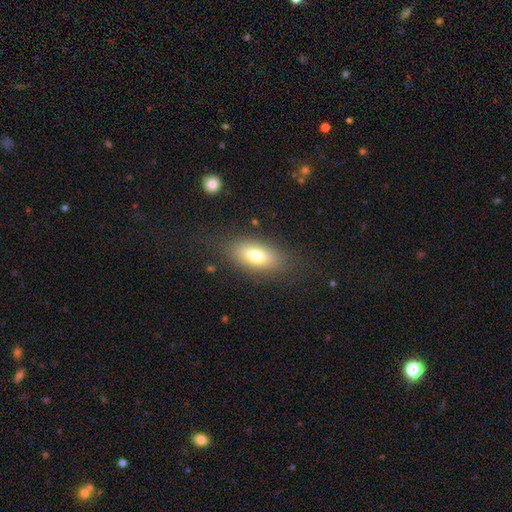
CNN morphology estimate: This is likely a smooth galaxy (74%). How rounded: clearly in between (86%). Merging: likely none (80%).